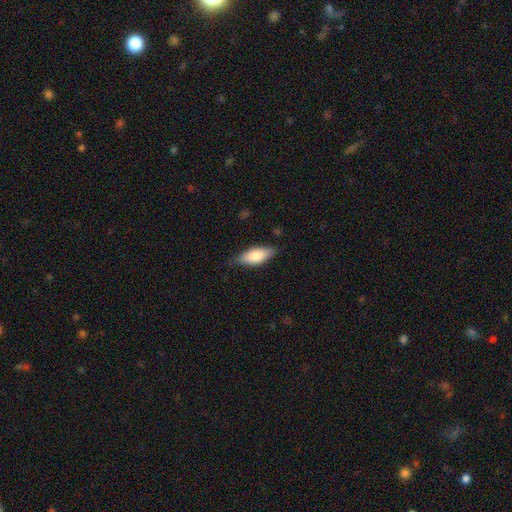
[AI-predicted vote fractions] The model was most divided on "how rounded": in between: 75%, cigar-shaped: 23%, round: 2%. More confident: merging — none (77%); smooth or featured — smooth (77%).